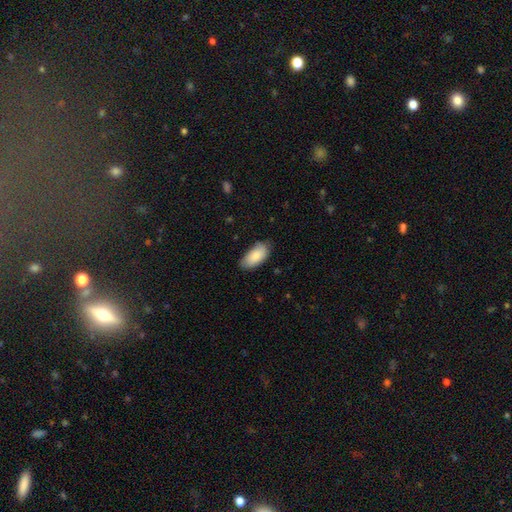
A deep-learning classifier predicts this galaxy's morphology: Smooth or featured?
  - smooth: 85% *
  - featured or disk: 9%
  - star or artifact: 6%
How rounded?
  - in between: 93% *
  - cigar-shaped: 5%
  - round: 2%
Merging?
  - none: 75% *
  - minor disturbance: 21%
  - major disturbance: 3%
  - merger: 1%